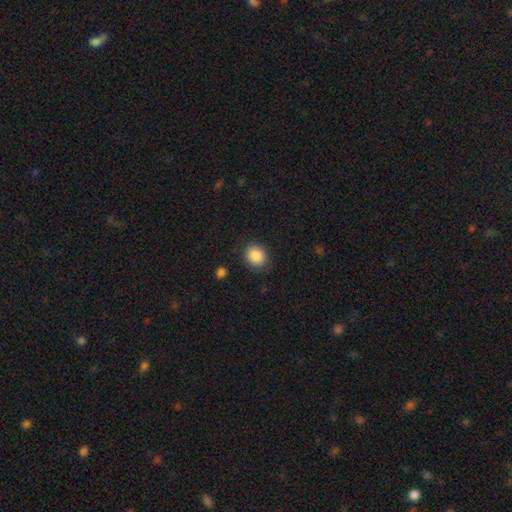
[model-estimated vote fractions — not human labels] smooth 88%, star or artifact 9%, featured or disk 4%. Down the decision tree: how rounded — round (75%); merging — none (88%).